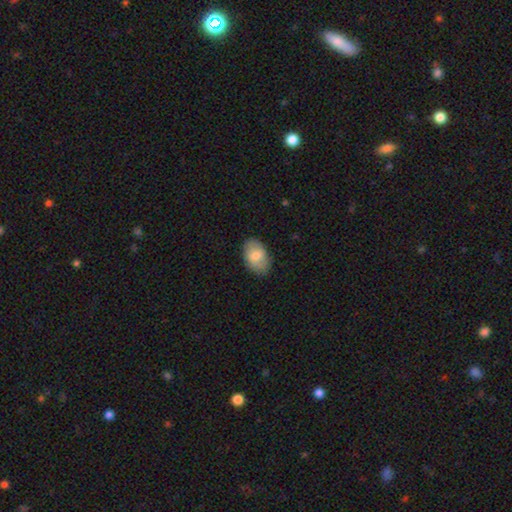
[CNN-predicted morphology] Smooth or featured: smooth — 76% (featured or disk — 18%)
How rounded: in between — 91% (round — 8%)
Merging: none — 79% (minor disturbance — 17%)